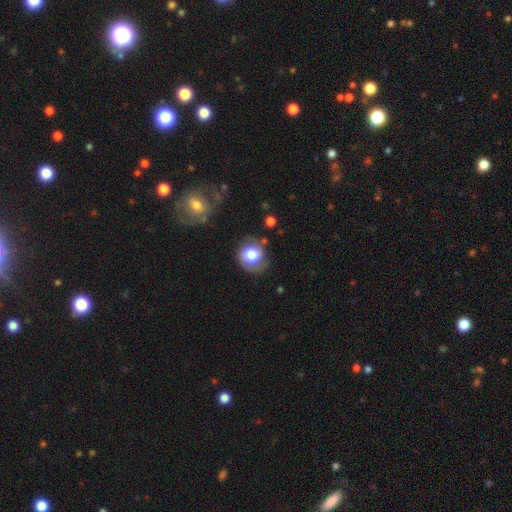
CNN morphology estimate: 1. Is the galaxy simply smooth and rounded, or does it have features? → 70% smooth, 21% featured or disk, 9% star or artifact.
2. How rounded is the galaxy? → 78% round, 21% in between, 1% cigar-shaped.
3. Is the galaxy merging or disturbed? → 67% none, 22% minor disturbance, 8% major disturbance, 3% merger.